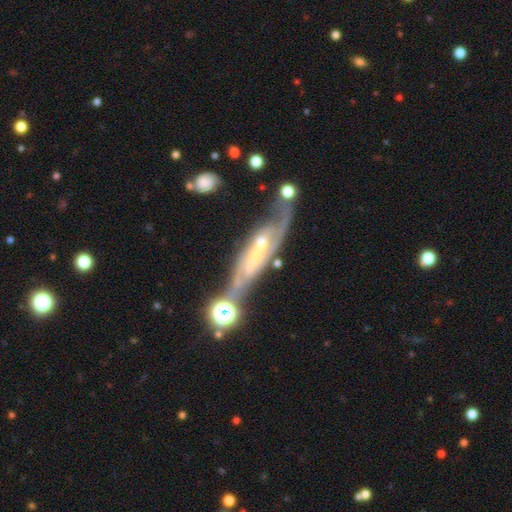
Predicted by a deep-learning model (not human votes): This appears to be a featured or disk galaxy (82%) with a weak bar (39%), 2 (70%) medium (43%) spiral arms (89%) and a small central bulge (55%). Merging: none (53%).